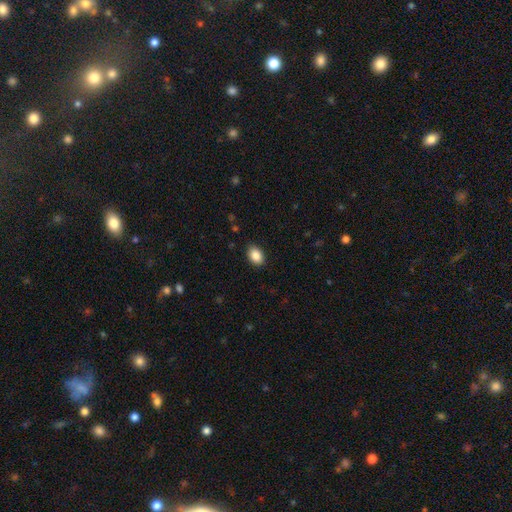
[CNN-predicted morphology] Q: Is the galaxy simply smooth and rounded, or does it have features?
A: smooth — 88%.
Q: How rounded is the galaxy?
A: in between — 81%.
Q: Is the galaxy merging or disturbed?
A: none — 88%.